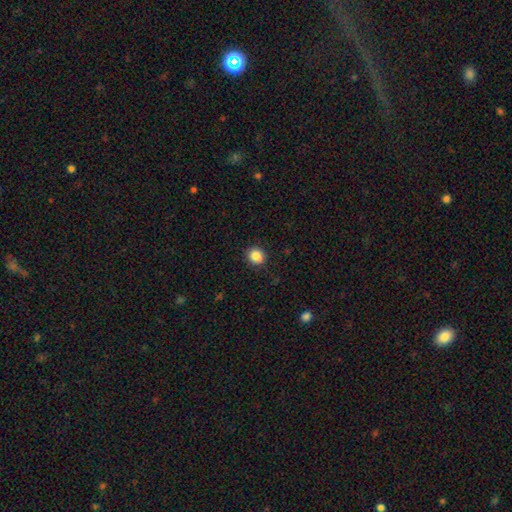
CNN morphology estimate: Q: Smooth or featured?
A: smooth (86%); runner-up: star or artifact (10%)
Q: How rounded?
A: round (83%); runner-up: in between (16%)
Q: Merging?
A: none (89%); runner-up: minor disturbance (8%)